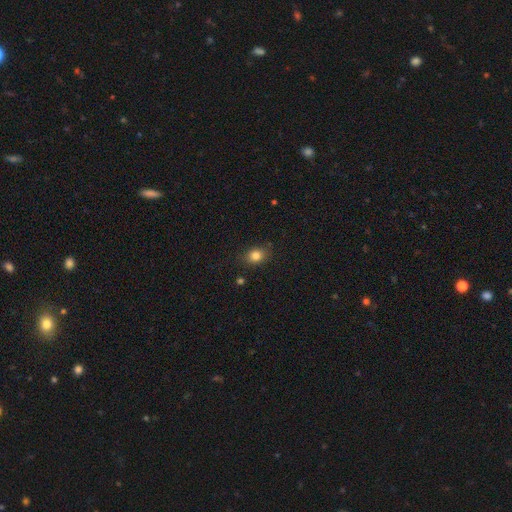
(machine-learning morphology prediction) Q: Smooth or featured?
A: smooth (82%); runner-up: star or artifact (11%)
Q: How rounded?
A: round (50%); runner-up: in between (49%)
Q: Merging?
A: none (82%); runner-up: minor disturbance (13%)